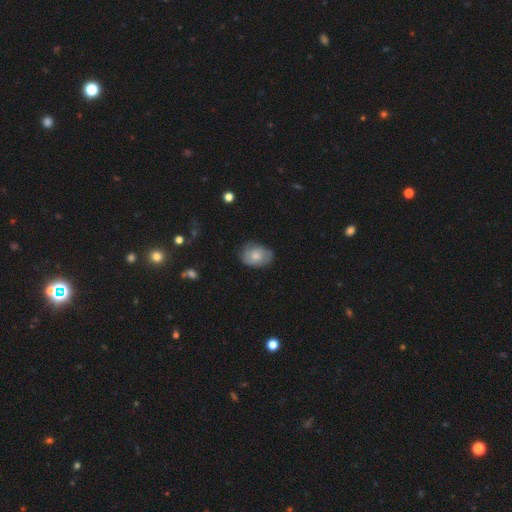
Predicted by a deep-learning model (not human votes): smooth-or-featured: smooth: 63% | featured or disk: 30% | star or artifact: 7%
  how-rounded: in between: 69% | round: 30% | cigar-shaped: 1%
  merging: none: 67% | minor disturbance: 25% | major disturbance: 6% | merger: 1%